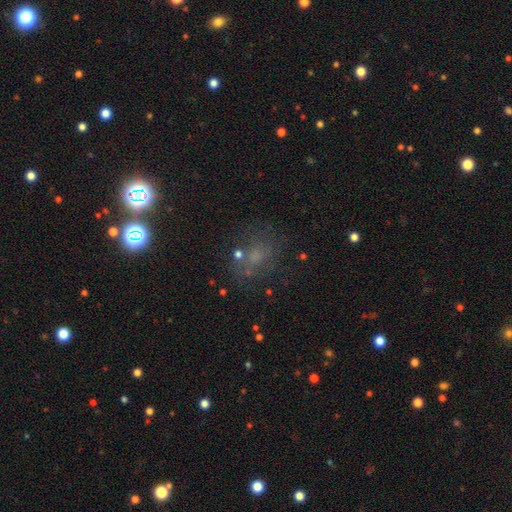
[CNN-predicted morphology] Q: Smooth or featured?
A: smooth (44%); runner-up: star or artifact (35%)
Q: Merging?
A: none (63%); runner-up: minor disturbance (17%)